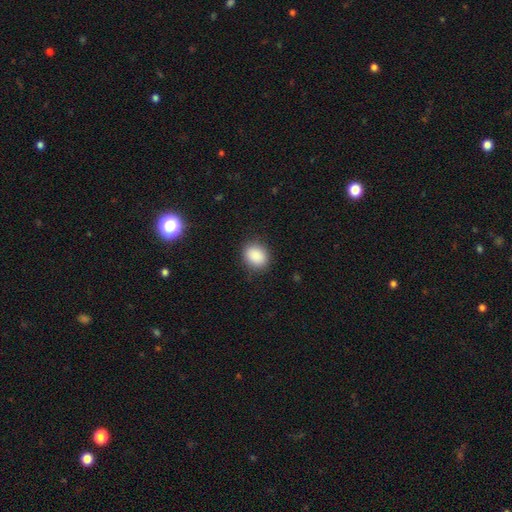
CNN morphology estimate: type=smooth (89%); roundness=in between (51%); merging=none (86%).